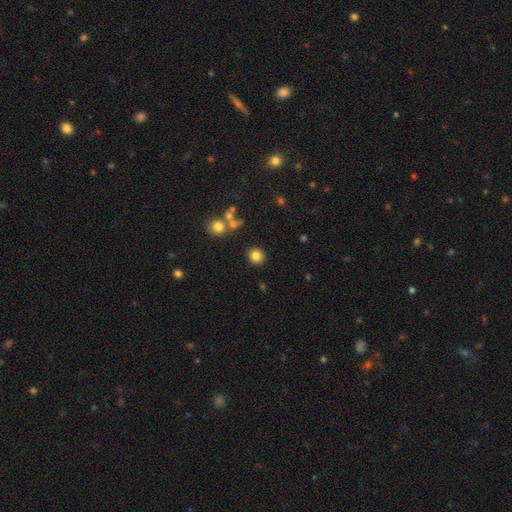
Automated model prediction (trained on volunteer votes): Morphology: type=smooth (82%); roundness=round (90%); merging=none (88%).